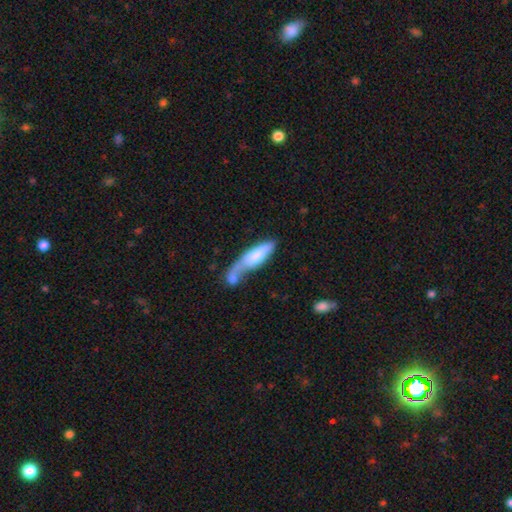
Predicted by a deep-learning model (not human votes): This is likely a smooth galaxy (69%). How rounded: possibly cigar-shaped (53%). Merging: possibly merger (46%).